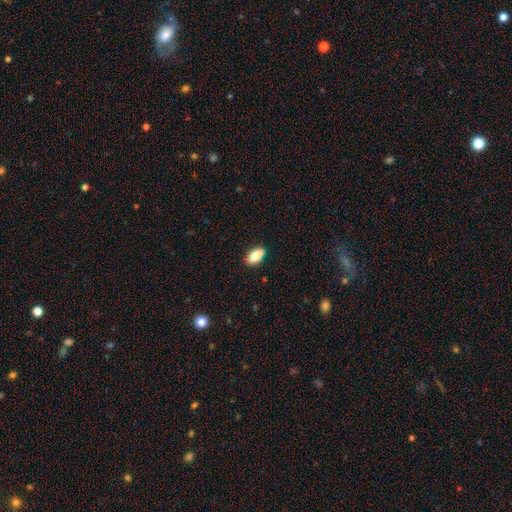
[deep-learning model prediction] Q: Smooth or featured?
A: smooth (83%); runner-up: featured or disk (10%)
Q: How rounded?
A: in between (91%); runner-up: round (5%)
Q: Merging?
A: none (87%); runner-up: minor disturbance (10%)